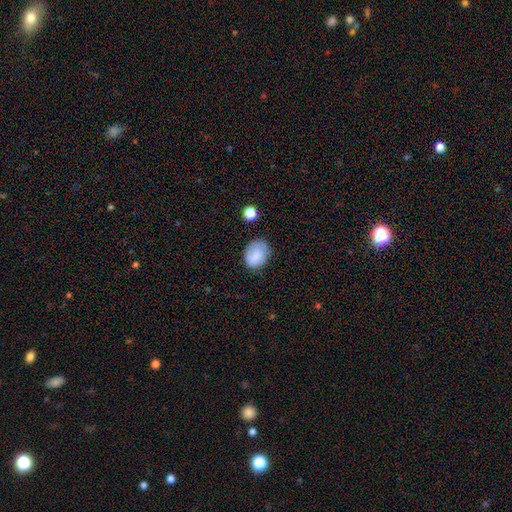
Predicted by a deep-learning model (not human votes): Smooth or featured? Predicted: smooth (p=0.77). How rounded? Predicted: in between (p=0.54). Merging? Predicted: none (p=0.71).